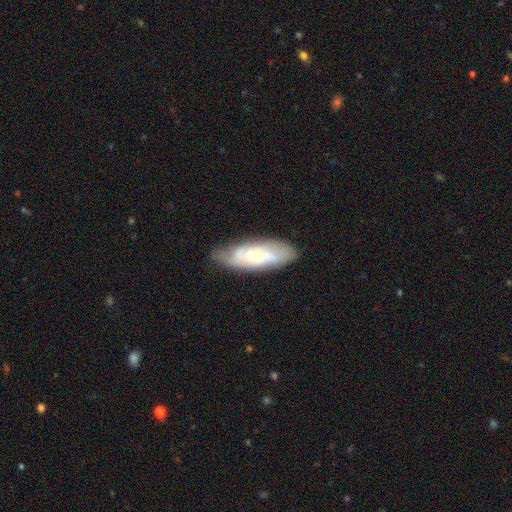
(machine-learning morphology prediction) A featured or disk galaxy (54%).

Vote fractions:
- Smooth or featured? featured or disk: 54% / smooth: 39% / star or artifact: 7%
- Edge-on disk? no: 83% / yes: 17%
- Merging? none: 71% / minor disturbance: 22% / major disturbance: 5% / merger: 2%